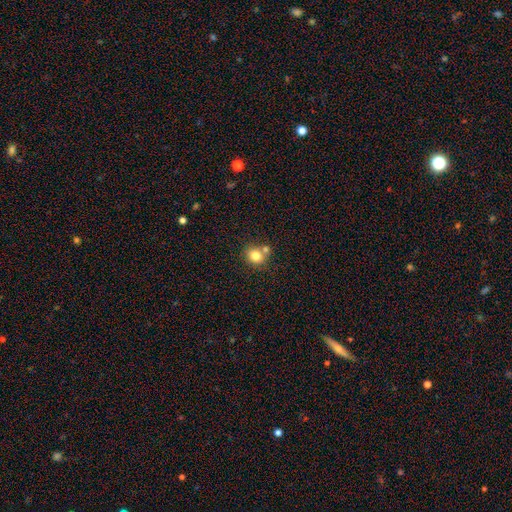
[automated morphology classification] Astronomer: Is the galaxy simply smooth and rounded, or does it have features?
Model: smooth — 79%.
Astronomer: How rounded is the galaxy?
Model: round — 82%.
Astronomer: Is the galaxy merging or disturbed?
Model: none — 60%.